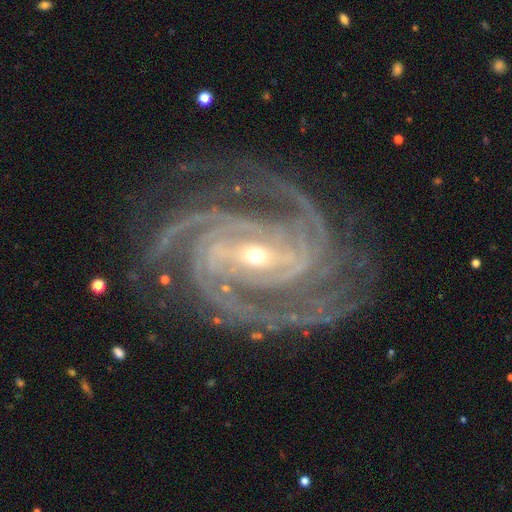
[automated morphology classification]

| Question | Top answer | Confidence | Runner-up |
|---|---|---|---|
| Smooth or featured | featured or disk | 93% | star or artifact (4%) |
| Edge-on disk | no | 98% | yes (2%) |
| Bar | strong | 51% | weak (29%) |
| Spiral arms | yes | 99% | no (1%) |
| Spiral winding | tight | 55% | medium (37%) |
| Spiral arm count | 2 | 32% | 3 (21%) |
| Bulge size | small | 68% | moderate (29%) |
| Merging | none | 69% | minor disturbance (16%) |